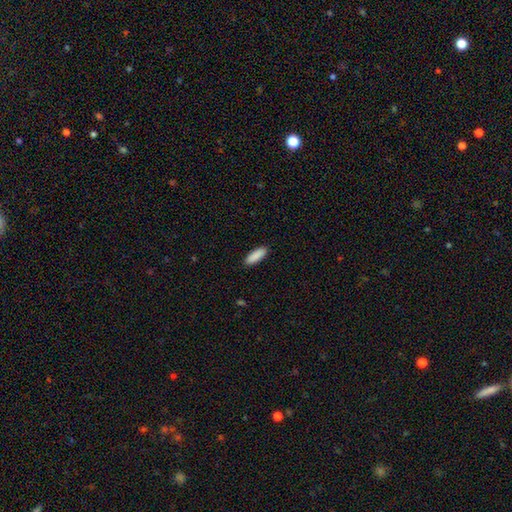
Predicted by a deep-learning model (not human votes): smooth 90%, star or artifact 6%, featured or disk 4%. Down the decision tree: how rounded — in between (55%); merging — none (90%).